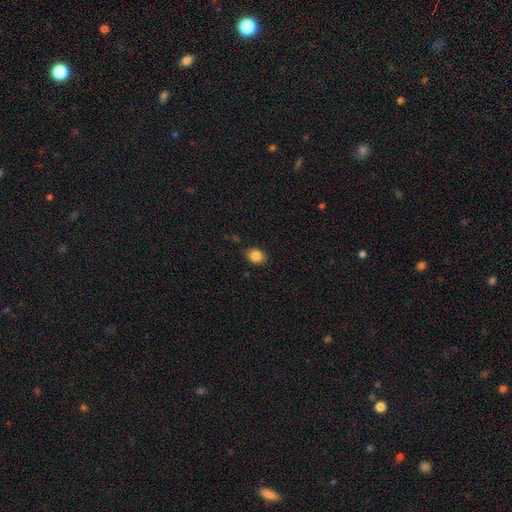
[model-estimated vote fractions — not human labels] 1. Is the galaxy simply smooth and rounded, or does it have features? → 85% smooth, 9% star or artifact, 5% featured or disk.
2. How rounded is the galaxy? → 63% in between, 36% round, 1% cigar-shaped.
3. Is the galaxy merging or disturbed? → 84% none, 12% minor disturbance, 3% major disturbance, 2% merger.